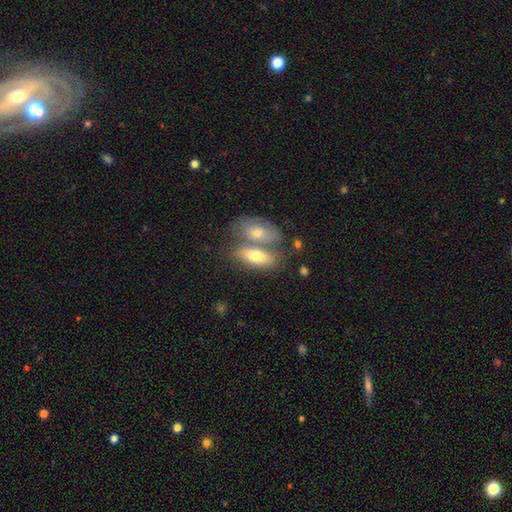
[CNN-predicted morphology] smooth_or_featured: smooth (p=0.69) [alt: featured or disk p=0.25]
how_rounded: in between (p=0.82) [alt: cigar-shaped p=0.13]
merging: merger (p=0.50) [alt: none p=0.37]